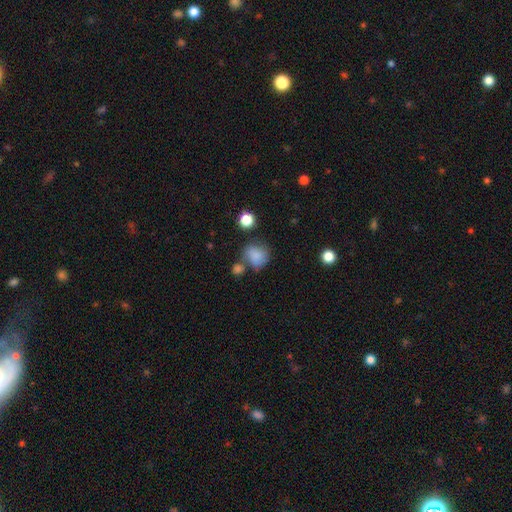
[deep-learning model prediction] Smooth or featured? Predicted: smooth (p=0.82). How rounded? Predicted: round (p=0.72). Merging? Predicted: none (p=0.52).